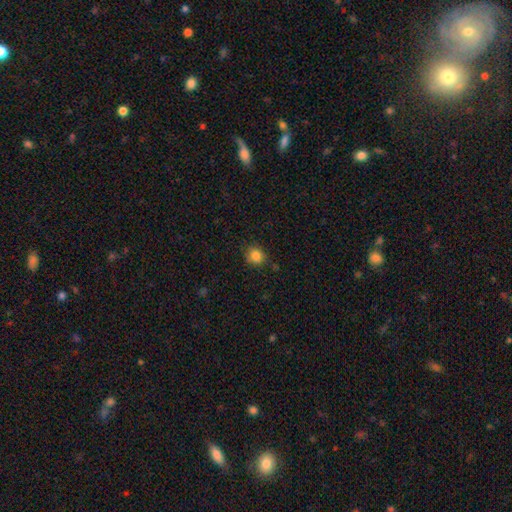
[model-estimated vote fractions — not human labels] A smooth galaxy with no disk features (85%) that is round (79%).

Vote fractions:
- Smooth or featured? smooth: 85% / star or artifact: 11% / featured or disk: 5%
- How rounded? round: 79% / in between: 21% / cigar-shaped: 1%
- Merging? none: 81% / minor disturbance: 14% / major disturbance: 3% / merger: 2%